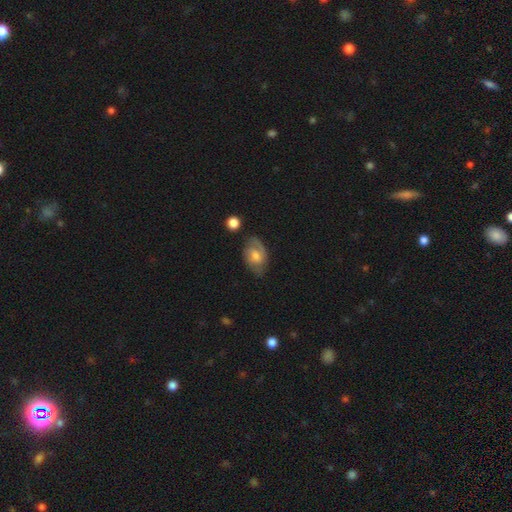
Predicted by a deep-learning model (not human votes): Smooth or featured: featured or disk — 59% (smooth — 34%)
Edge-on disk: no — 95% (yes — 5%)
Bar: no — 52% (weak — 41%)
Spiral arms: yes — 86% (no — 14%)
Bulge size: moderate — 56% (small — 31%)
Merging: none — 69% (minor disturbance — 22%)